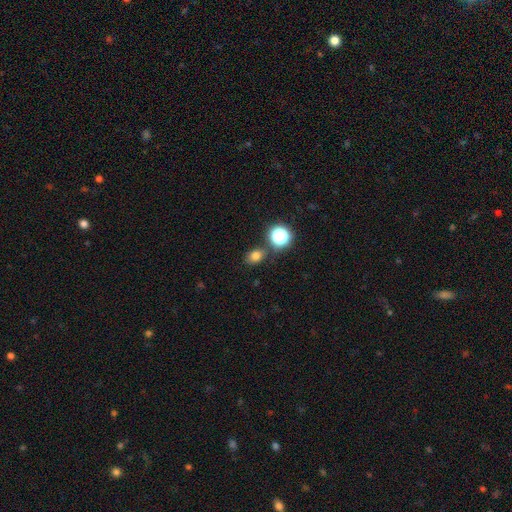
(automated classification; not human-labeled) This is likely a smooth galaxy (74%). How rounded: possibly in between (55%). Merging: likely none (78%).